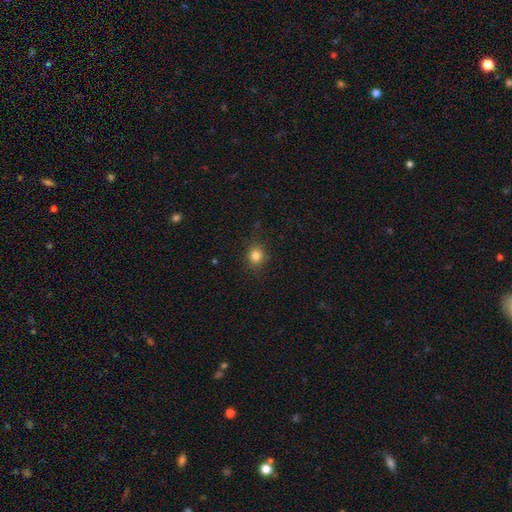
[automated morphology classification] This appears to be a smooth galaxy with no disk features (83%) that is round (79%). Merging: none (87%).